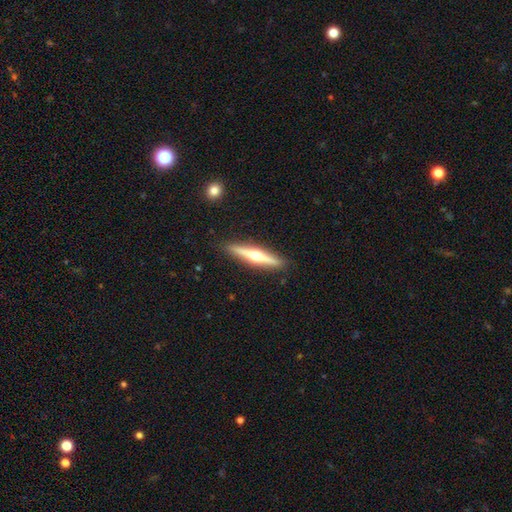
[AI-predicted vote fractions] The model was most divided on "smooth or featured": featured or disk: 70%, smooth: 24%, star or artifact: 5%. More confident: edge-on disk — yes (97%); edge-on bulge — rounded (94%); merging — none (91%).